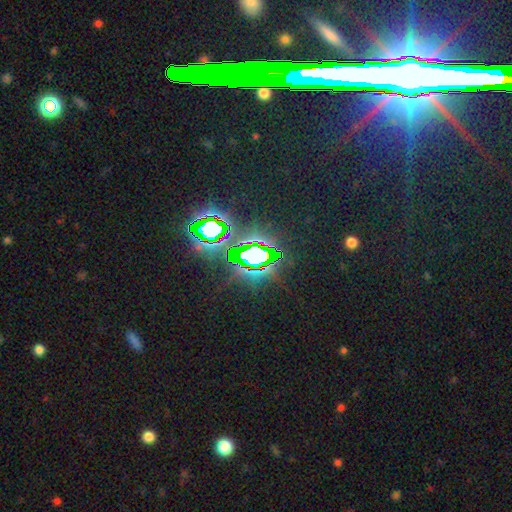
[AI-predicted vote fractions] smooth-or-featured: star or artifact: 77% | smooth: 13% | featured or disk: 10%